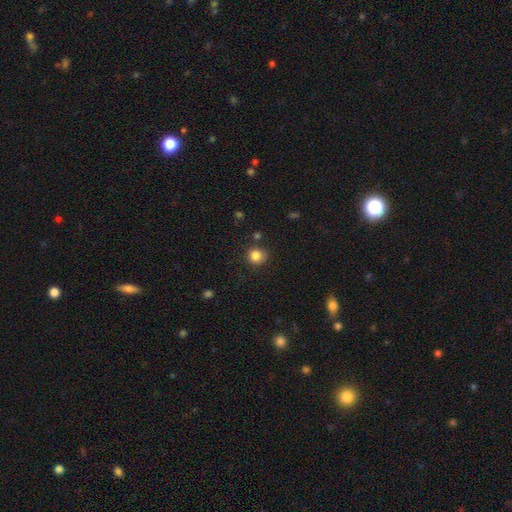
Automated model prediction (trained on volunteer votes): smooth_or_featured: smooth (p=0.84) [alt: star or artifact p=0.11]
how_rounded: round (p=0.90) [alt: in between p=0.09]
merging: none (p=0.81) [alt: minor disturbance p=0.12]